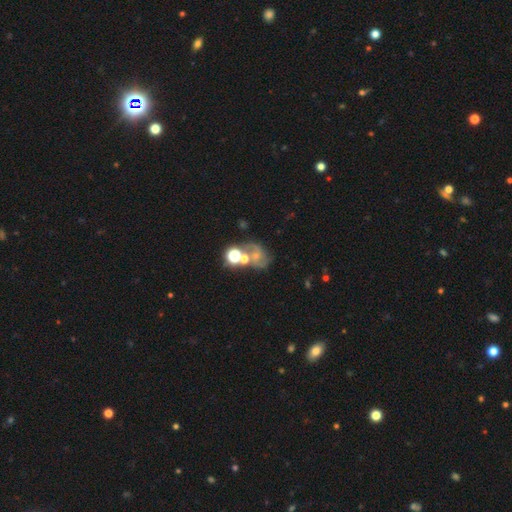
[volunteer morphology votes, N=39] Smooth or featured: featured or disk — 72% (smooth — 26%)
Edge-on disk: no — 100%
Bar: no — 46% (weak — 43%)
Spiral arms: yes — 89% (no — 11%)
Spiral winding: medium — 52% (loose — 44%)
Spiral arm count: 2 — 88% (can't tell — 8%)
Bulge size: small — 57% (moderate — 29%)
Merging: merger — 34% (none — 32%)